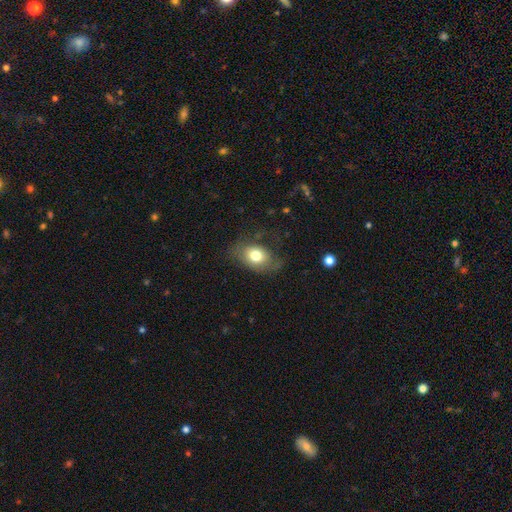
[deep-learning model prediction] Overall: smooth (71%). How rounded: in between (70%). Merging: none (57%; minor disturbance 25%).